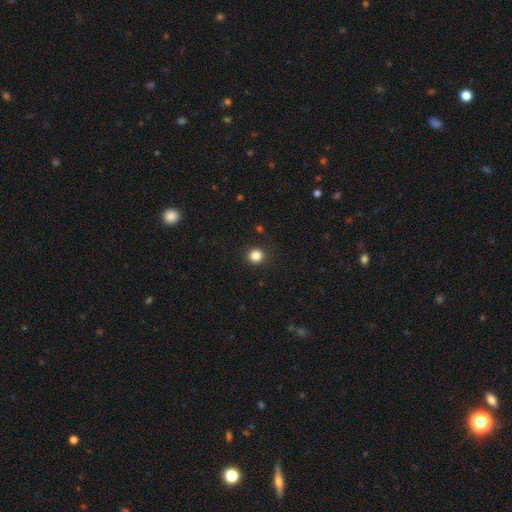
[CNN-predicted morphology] Q: Smooth or featured?
A: smooth (85%); runner-up: star or artifact (12%)
Q: How rounded?
A: round (91%); runner-up: in between (8%)
Q: Merging?
A: none (91%); runner-up: minor disturbance (6%)